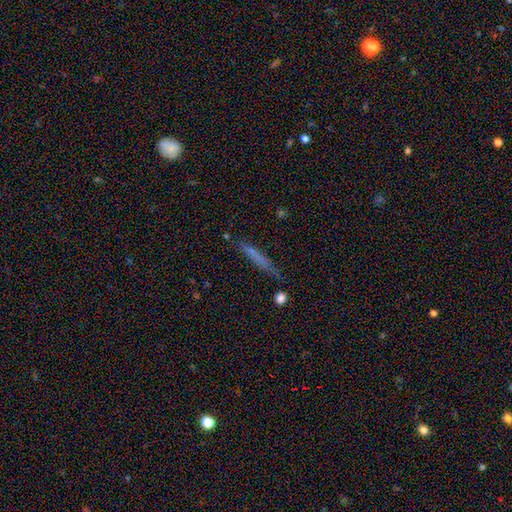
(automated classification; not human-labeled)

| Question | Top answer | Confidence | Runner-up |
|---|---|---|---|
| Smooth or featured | smooth | 59% | featured or disk (30%) |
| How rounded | cigar-shaped | 94% | in between (4%) |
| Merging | none | 77% | minor disturbance (16%) |